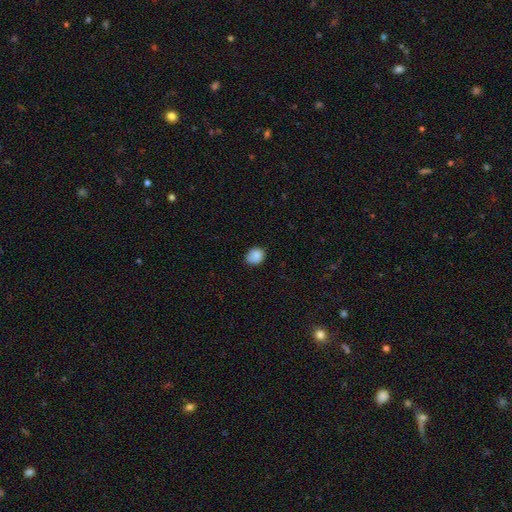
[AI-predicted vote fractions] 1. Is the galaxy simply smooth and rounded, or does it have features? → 84% smooth, 9% star or artifact, 7% featured or disk.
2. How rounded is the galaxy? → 55% round, 44% in between, 1% cigar-shaped.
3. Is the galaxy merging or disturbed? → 69% none, 26% minor disturbance, 4% major disturbance, 2% merger.